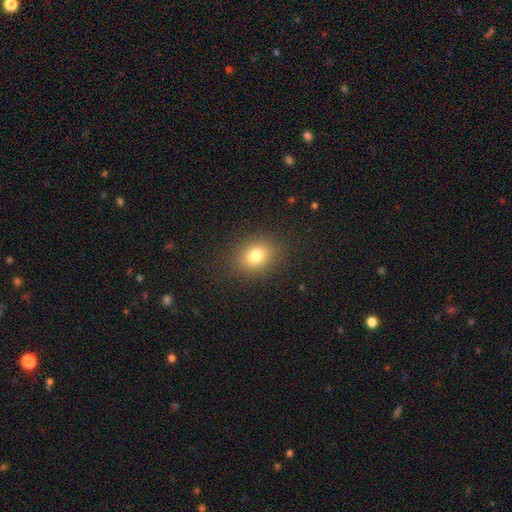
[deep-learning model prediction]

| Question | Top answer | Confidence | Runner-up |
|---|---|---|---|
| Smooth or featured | smooth | 79% | star or artifact (13%) |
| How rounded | round | 52% | in between (47%) |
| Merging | none | 87% | minor disturbance (8%) |